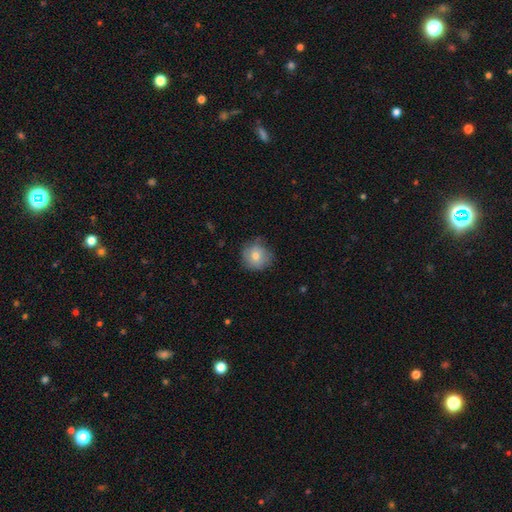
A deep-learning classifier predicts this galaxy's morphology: Q: Smooth or featured?
A: smooth (70%); runner-up: featured or disk (21%)
Q: How rounded?
A: round (90%); runner-up: in between (9%)
Q: Merging?
A: none (72%); runner-up: minor disturbance (21%)